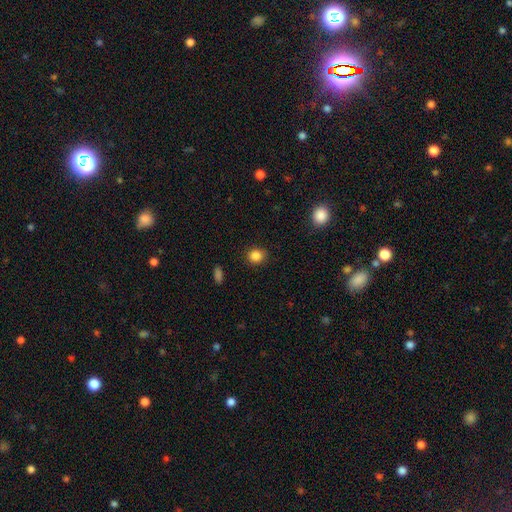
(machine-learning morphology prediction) type=smooth (86%); roundness=round (76%); merging=none (88%).